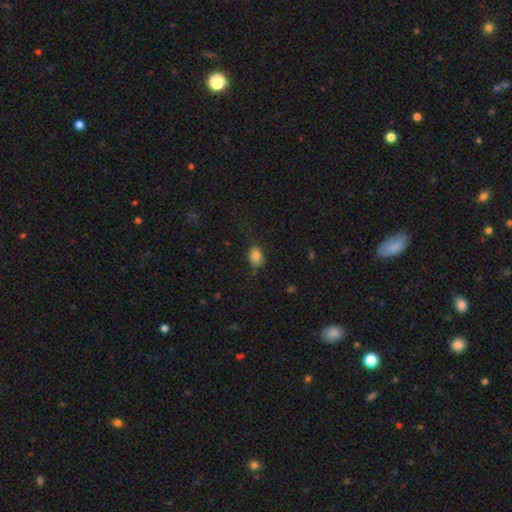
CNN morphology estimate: A smooth galaxy with no disk features (83%) that is in between round and cigar-shaped (72%).

Vote fractions:
- Smooth or featured? smooth: 83% / star or artifact: 10% / featured or disk: 7%
- How rounded? in between: 72% / round: 26% / cigar-shaped: 2%
- Merging? none: 66% / minor disturbance: 23% / major disturbance: 8% / merger: 2%